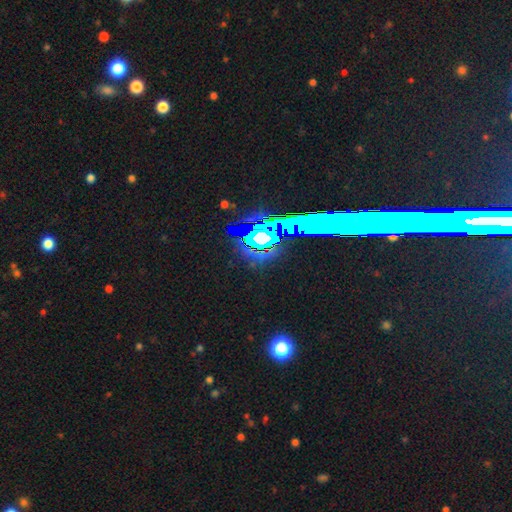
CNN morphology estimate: Smooth or featured? star or artifact (73%)